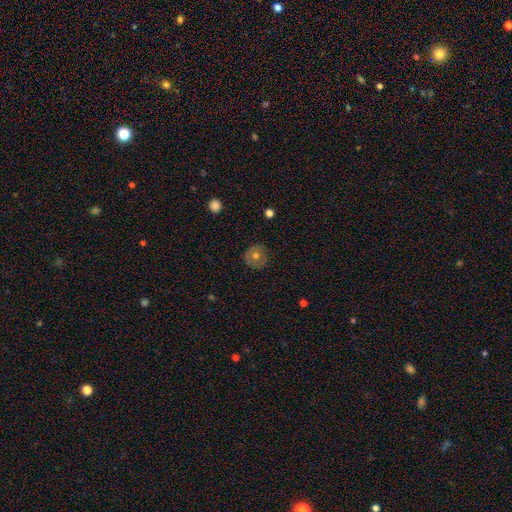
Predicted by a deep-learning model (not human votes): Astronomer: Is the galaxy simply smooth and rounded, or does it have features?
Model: smooth — 55% (runner-up: featured or disk, 36%).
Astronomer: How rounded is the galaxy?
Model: round — 93%.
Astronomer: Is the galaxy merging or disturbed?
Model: none — 86%.